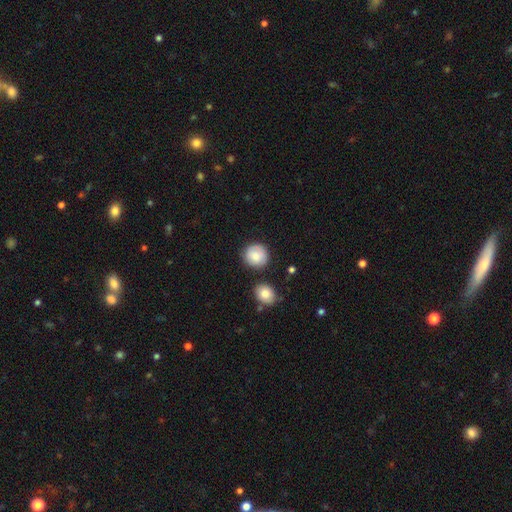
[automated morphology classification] Overall: smooth (81%). How rounded: round (90%). Merging: none (80%).